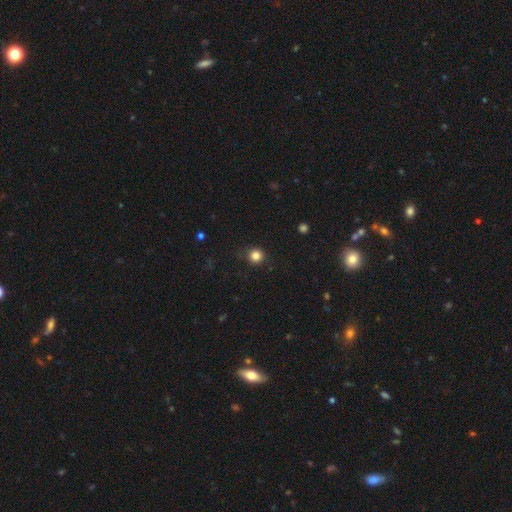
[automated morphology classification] smooth_or_featured: smooth (p=0.83) [alt: star or artifact p=0.12]
how_rounded: round (p=0.94) [alt: in between p=0.06]
merging: none (p=0.87) [alt: minor disturbance p=0.09]